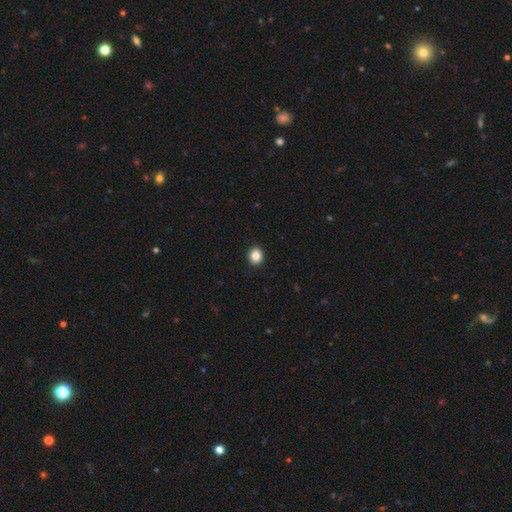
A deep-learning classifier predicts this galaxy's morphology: The model was most divided on "how rounded": round: 75%, in between: 24%, cigar-shaped: 1%. More confident: merging — none (92%); smooth or featured — smooth (86%).